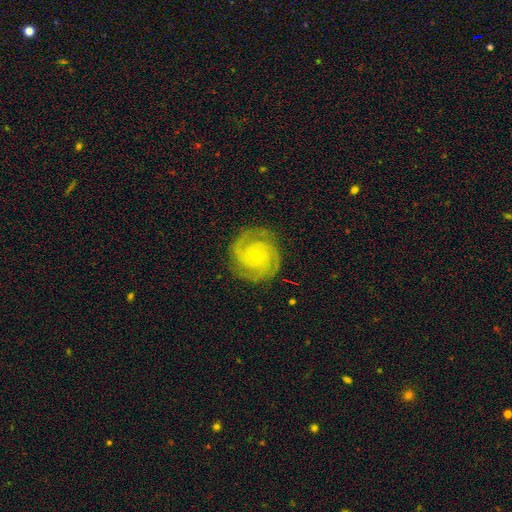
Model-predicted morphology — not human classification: Smooth or featured? Predicted: featured or disk (p=0.88). Edge-on disk? Predicted: no (p=0.98). Bar? Predicted: no (p=0.76). Spiral arms? Predicted: yes (p=0.98). Spiral winding? Predicted: tight (p=0.75). Spiral arm count? Predicted: 2 (p=0.52). Bulge size? Predicted: small (p=0.71). Merging? Predicted: none (p=0.85).